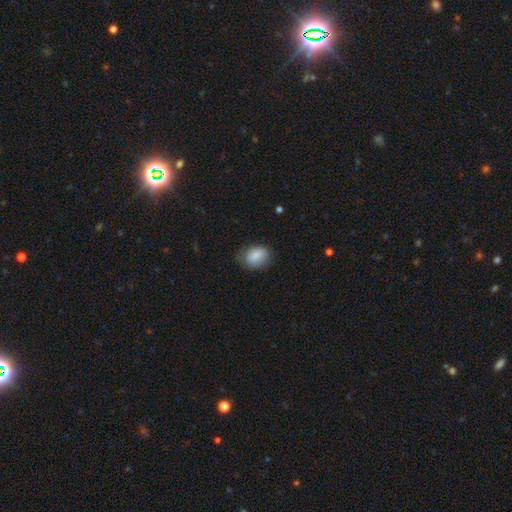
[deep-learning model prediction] The model was most divided on "how rounded": in between: 71%, round: 28%, cigar-shaped: 1%. More confident: smooth or featured — smooth (83%); merging — none (67%).